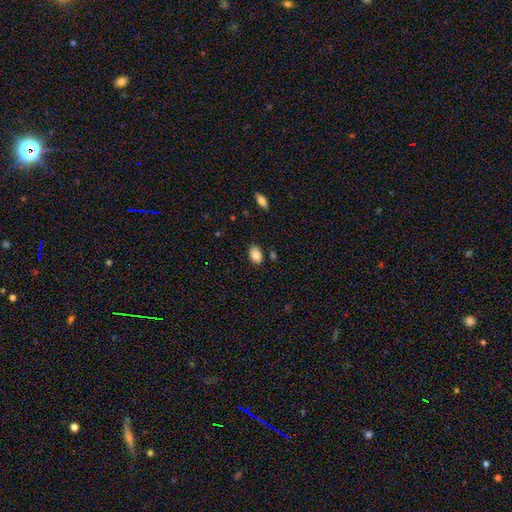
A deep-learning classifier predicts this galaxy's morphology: Smooth or featured?
  - smooth: 85% *
  - star or artifact: 8%
  - featured or disk: 8%
How rounded?
  - in between: 86% *
  - round: 13%
  - cigar-shaped: 1%
Merging?
  - none: 83% *
  - minor disturbance: 12%
  - merger: 3%
  - major disturbance: 2%